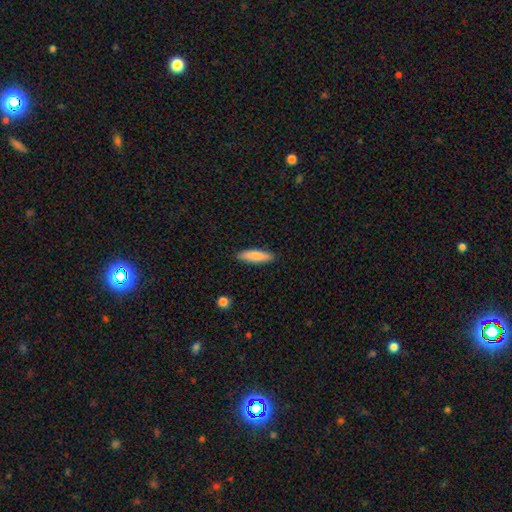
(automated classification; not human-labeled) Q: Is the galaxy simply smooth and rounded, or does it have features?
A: smooth — 84%.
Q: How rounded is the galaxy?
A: cigar-shaped — 69%.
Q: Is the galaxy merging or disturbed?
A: none — 89%.